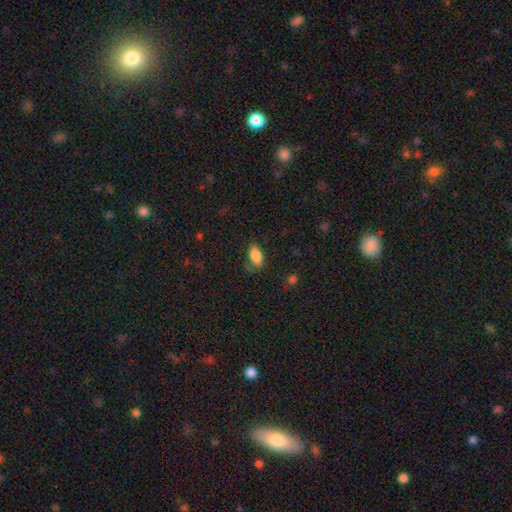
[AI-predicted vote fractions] smooth 86%, star or artifact 8%, featured or disk 6%. Down the decision tree: how rounded — in between (92%); merging — none (71%).